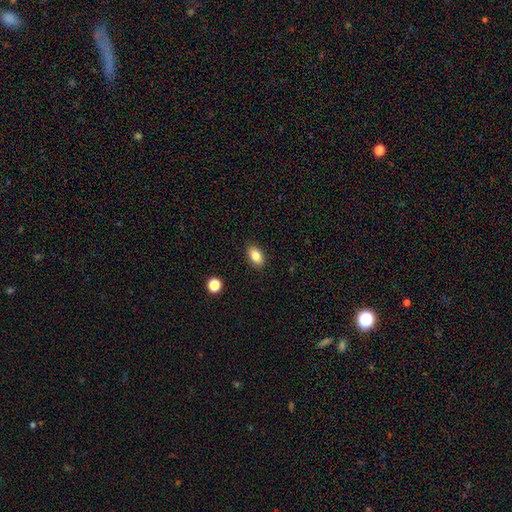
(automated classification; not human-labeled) A smooth galaxy with no disk features (83%) that is in between round and cigar-shaped (88%).

Vote fractions:
- Smooth or featured? smooth: 83% / star or artifact: 9% / featured or disk: 8%
- How rounded? in between: 88% / round: 10% / cigar-shaped: 2%
- Merging? none: 88% / minor disturbance: 9% / major disturbance: 2% / merger: 1%